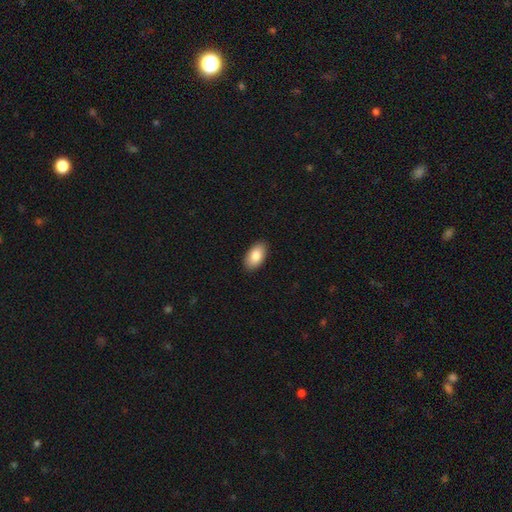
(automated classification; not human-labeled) Q: Smooth or featured?
A: smooth (85%); runner-up: featured or disk (8%)
Q: How rounded?
A: in between (95%); runner-up: round (4%)
Q: Merging?
A: none (90%); runner-up: minor disturbance (8%)